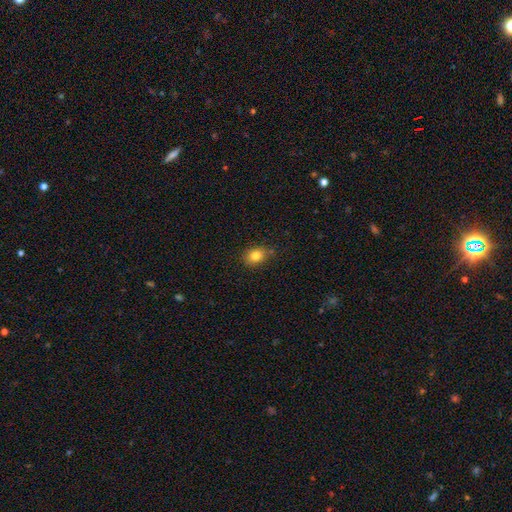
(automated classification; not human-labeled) Smooth or featured? smooth (82%)
How rounded? round (50%)
Merging? none (81%)